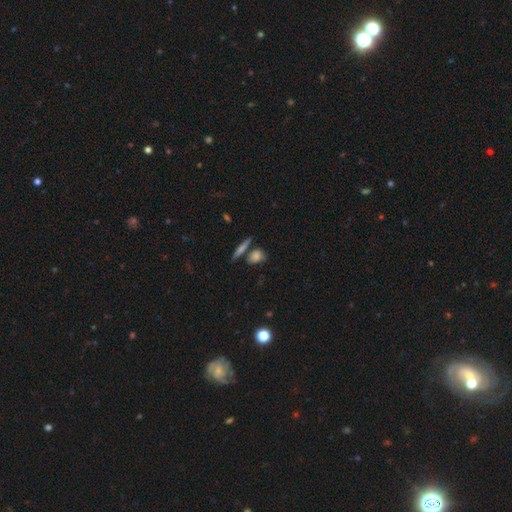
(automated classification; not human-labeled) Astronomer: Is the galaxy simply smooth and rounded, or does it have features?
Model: smooth — 74%.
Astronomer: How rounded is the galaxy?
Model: in between — 50% (runner-up: round, 35%).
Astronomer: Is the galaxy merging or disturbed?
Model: none — 63%.